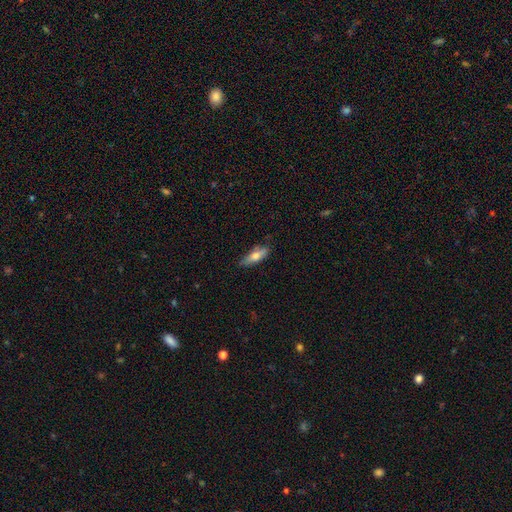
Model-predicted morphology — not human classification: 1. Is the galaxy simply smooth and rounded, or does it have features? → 66% smooth, 28% featured or disk, 6% star or artifact.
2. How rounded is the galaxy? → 53% in between, 45% cigar-shaped, 2% round.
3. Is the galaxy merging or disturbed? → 76% none, 19% minor disturbance, 3% major disturbance, 2% merger.